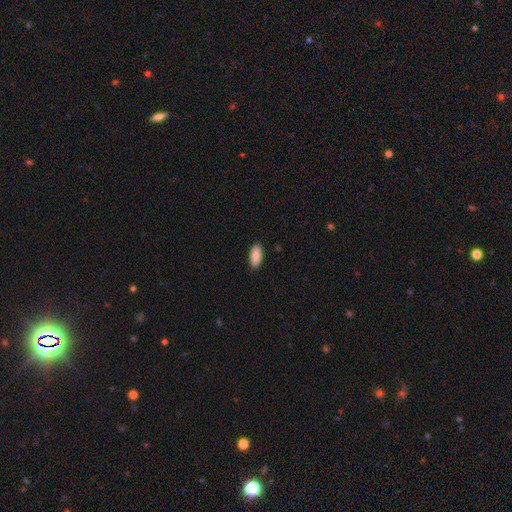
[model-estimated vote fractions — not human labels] Morphology: type=smooth (90%); roundness=in between (91%); merging=none (89%).